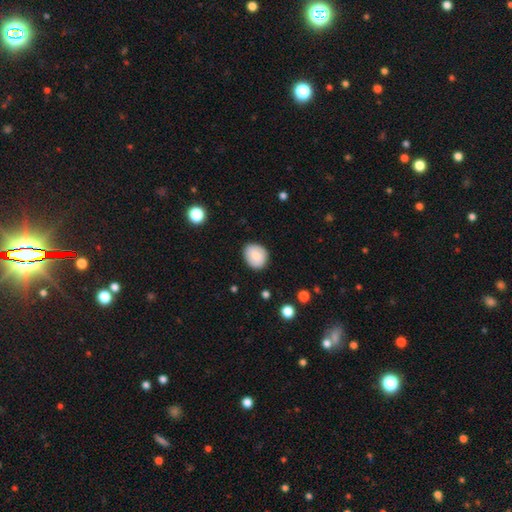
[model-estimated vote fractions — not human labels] A smooth galaxy with no disk features (76%) that is round (67%). Merging: none (85%).